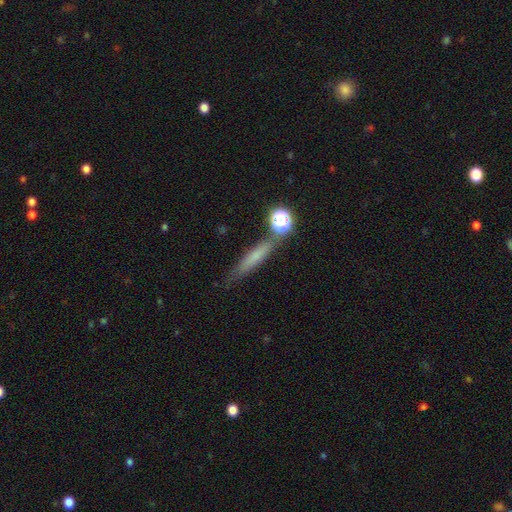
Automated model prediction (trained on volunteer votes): A smooth galaxy with no disk features (57%) that is cigar-shaped (82%). Merging: none (71%).